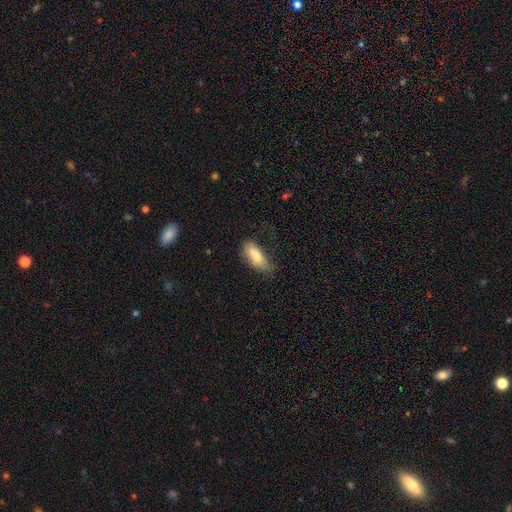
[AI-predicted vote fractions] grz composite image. It shows a smooth galaxy with no disk features (78%) that is in between round and cigar-shaped (82%). Merging: none (60%).